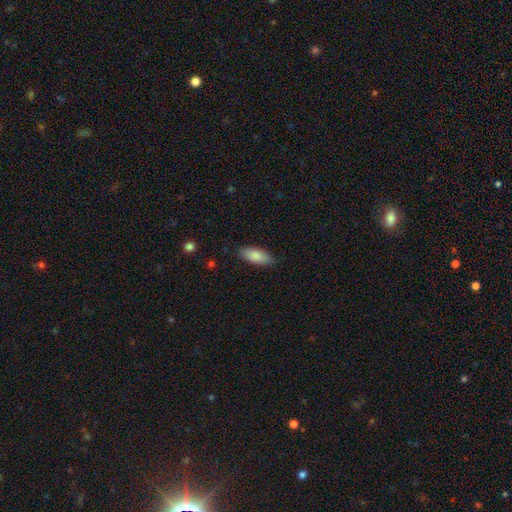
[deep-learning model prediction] Smooth or featured?
  - smooth: 85% *
  - featured or disk: 9%
  - star or artifact: 6%
How rounded?
  - in between: 83% *
  - cigar-shaped: 15%
  - round: 2%
Merging?
  - none: 84% *
  - minor disturbance: 13%
  - major disturbance: 2%
  - merger: 1%